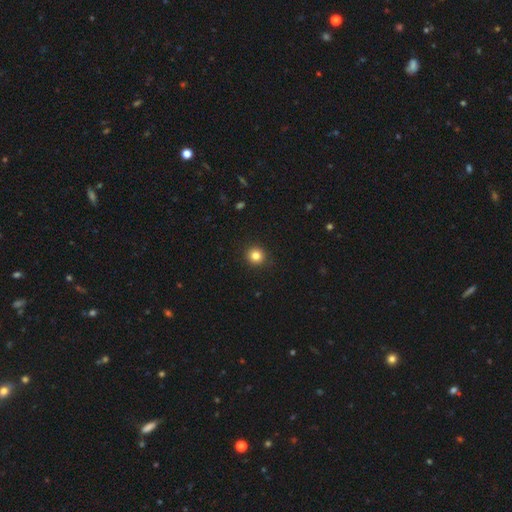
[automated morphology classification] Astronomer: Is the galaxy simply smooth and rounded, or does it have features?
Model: smooth — 83%.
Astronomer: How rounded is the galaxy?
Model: round — 93%.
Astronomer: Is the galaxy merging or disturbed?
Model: none — 92%.